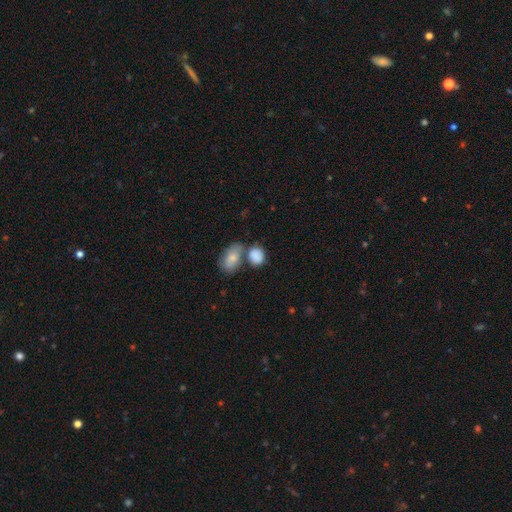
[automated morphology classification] type=smooth (86%); roundness=in between (62%); merging=none (42%).